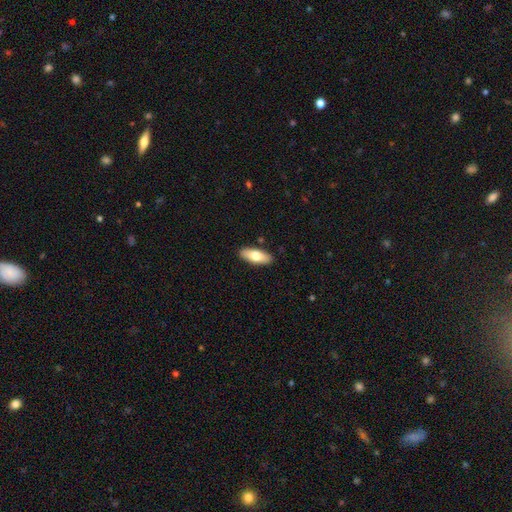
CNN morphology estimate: smooth-or-featured: smooth: 73% | featured or disk: 21% | star or artifact: 6%
  how-rounded: in between: 80% | cigar-shaped: 18% | round: 2%
  merging: none: 89% | minor disturbance: 8% | major disturbance: 2% | merger: 1%